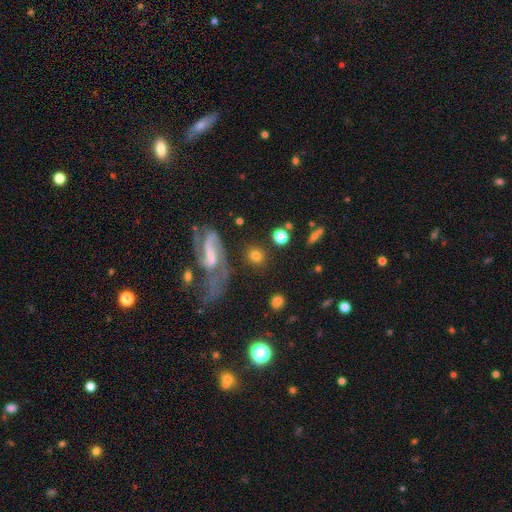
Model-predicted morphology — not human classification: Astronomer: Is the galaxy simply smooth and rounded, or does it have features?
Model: smooth — 72%.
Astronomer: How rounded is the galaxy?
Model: round — 85%.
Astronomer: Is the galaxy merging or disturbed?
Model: none — 76%.